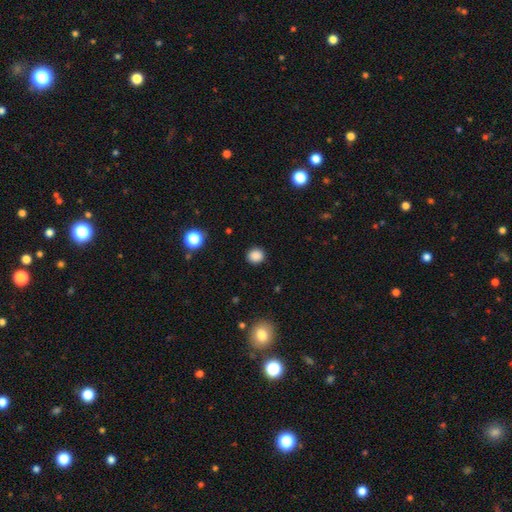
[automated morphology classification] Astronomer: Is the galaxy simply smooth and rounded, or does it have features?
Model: smooth — 86%.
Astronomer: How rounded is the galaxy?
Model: round — 86%.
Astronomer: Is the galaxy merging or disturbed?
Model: none — 90%.